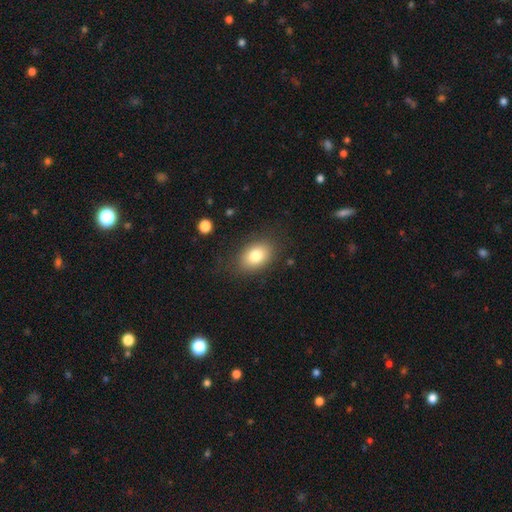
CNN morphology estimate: Smooth or featured?
  - smooth: 81% *
  - featured or disk: 11%
  - star or artifact: 9%
How rounded?
  - in between: 82% *
  - round: 17%
  - cigar-shaped: 1%
Merging?
  - none: 81% *
  - minor disturbance: 13%
  - major disturbance: 5%
  - merger: 1%